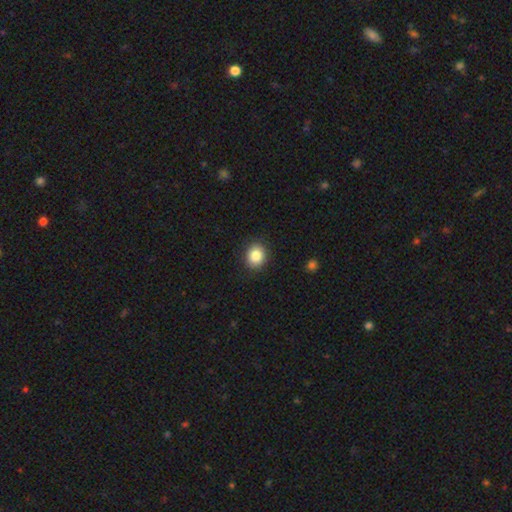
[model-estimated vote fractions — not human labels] Smooth or featured: smooth — 86% (star or artifact — 9%)
How rounded: round — 74% (in between — 25%)
Merging: none — 89% (minor disturbance — 7%)